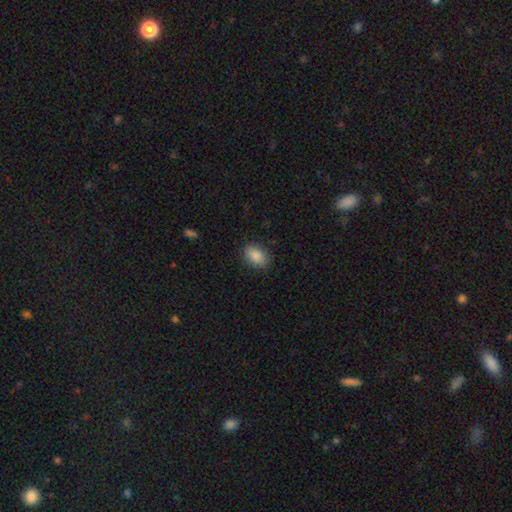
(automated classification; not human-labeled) smooth-or-featured: smooth: 88% | star or artifact: 7% | featured or disk: 5%
  how-rounded: in between: 85% | round: 14% | cigar-shaped: 1%
  merging: none: 85% | minor disturbance: 11% | major disturbance: 3% | merger: 1%